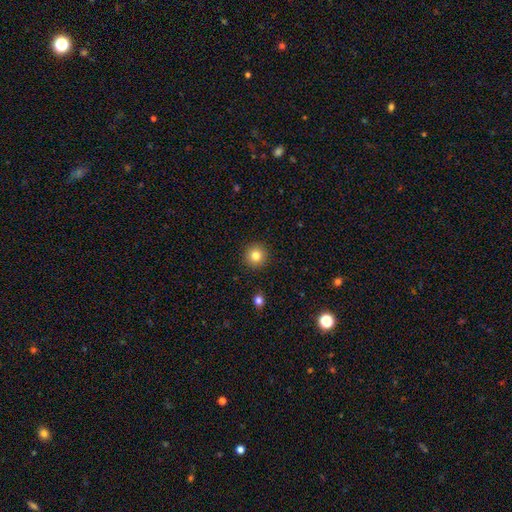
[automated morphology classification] This appears to be a smooth galaxy with no disk features (83%) that is round (95%). Merging: none (92%).